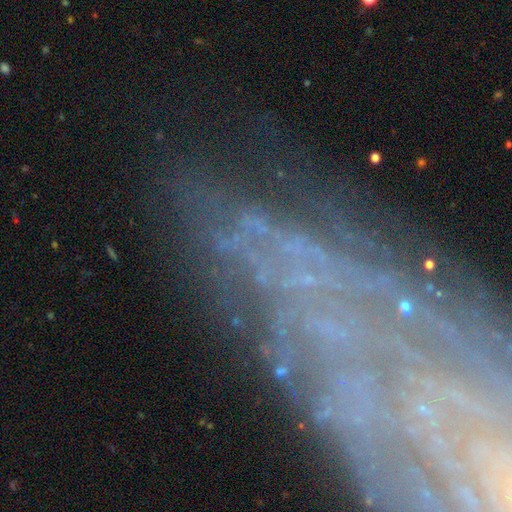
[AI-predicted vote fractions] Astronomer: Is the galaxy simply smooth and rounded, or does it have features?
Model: featured or disk — 55% (runner-up: star or artifact, 31%).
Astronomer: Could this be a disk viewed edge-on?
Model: no — 87%.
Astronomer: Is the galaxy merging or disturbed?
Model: none — 62%.